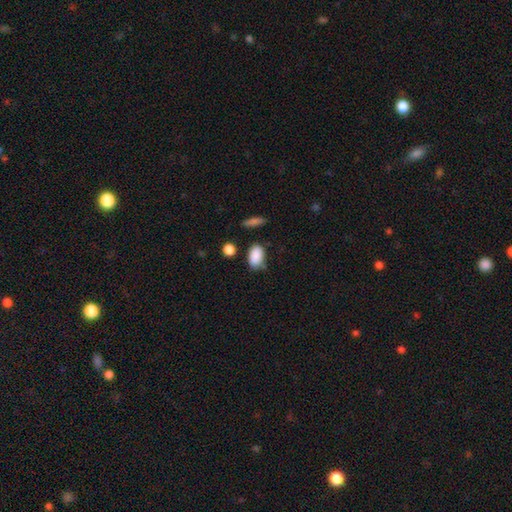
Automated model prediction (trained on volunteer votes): The model was most divided on "merging": none: 74%, minor disturbance: 17%, merger: 4%, major disturbance: 4%. More confident: how rounded — in between (89%); smooth or featured — smooth (88%).